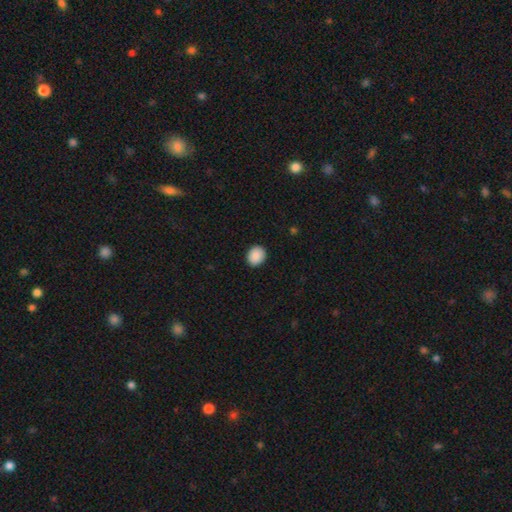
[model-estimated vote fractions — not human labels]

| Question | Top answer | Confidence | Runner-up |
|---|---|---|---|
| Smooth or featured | smooth | 90% | star or artifact (8%) |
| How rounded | round | 67% | in between (32%) |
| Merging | none | 91% | minor disturbance (6%) |